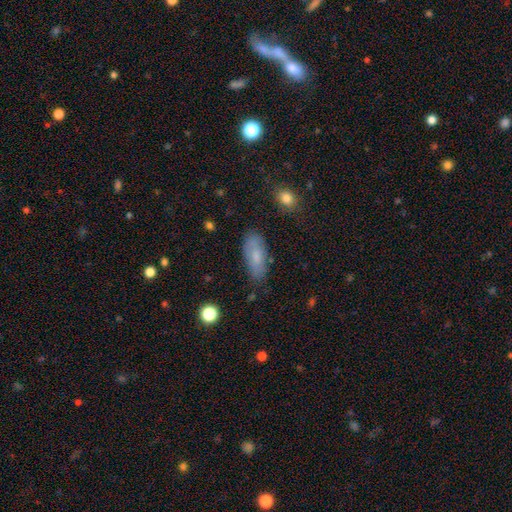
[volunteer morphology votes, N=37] type=smooth (70%); roundness=in between (62%); merging=none (78%).